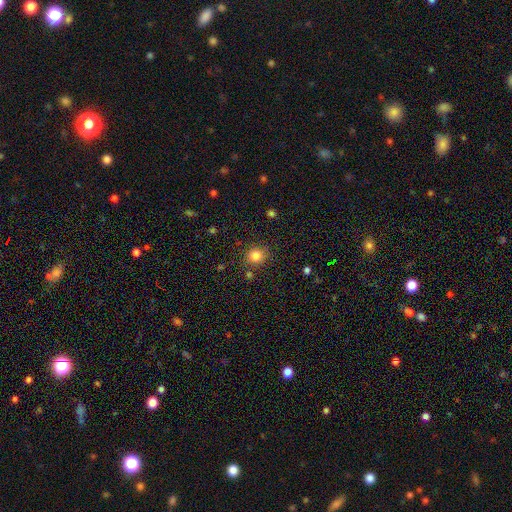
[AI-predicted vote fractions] smooth-or-featured: smooth: 82% | star or artifact: 12% | featured or disk: 6%
  how-rounded: round: 87% | in between: 12% | cigar-shaped: 1%
  merging: none: 84% | minor disturbance: 9% | merger: 4% | major disturbance: 3%